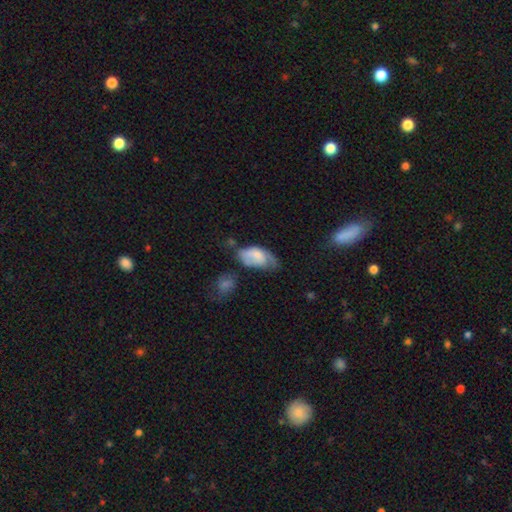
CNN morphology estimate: smooth 58%, featured or disk 35%, star or artifact 7%. Down the decision tree: how rounded — in between (93%); merging — minor disturbance (34%).